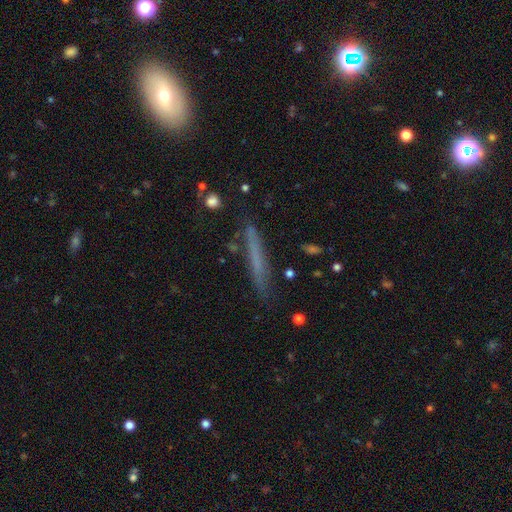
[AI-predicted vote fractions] The model was most divided on "smooth or featured": smooth: 51%, featured or disk: 37%, star or artifact: 12%. More confident: how rounded — cigar-shaped (93%); merging — none (82%).